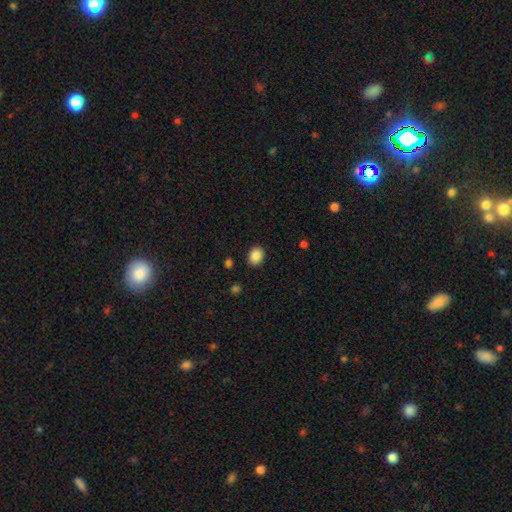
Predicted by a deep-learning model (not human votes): Morphology: type=smooth (88%); roundness=in between (59%); merging=none (89%).